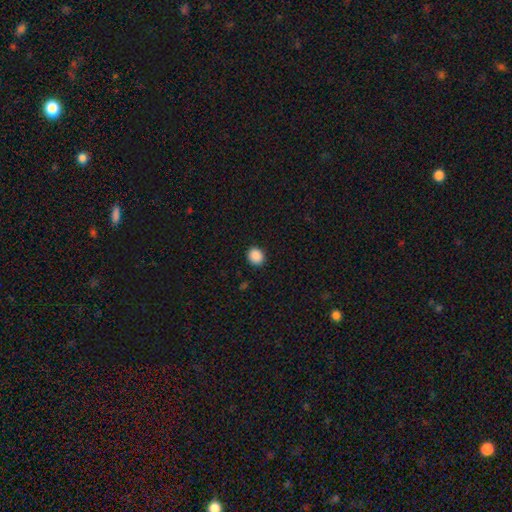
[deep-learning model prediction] Smooth or featured?
  - smooth: 89% *
  - star or artifact: 9%
  - featured or disk: 2%
How rounded?
  - round: 71% *
  - in between: 28%
  - cigar-shaped: 1%
Merging?
  - none: 90% *
  - minor disturbance: 7%
  - major disturbance: 2%
  - merger: 1%